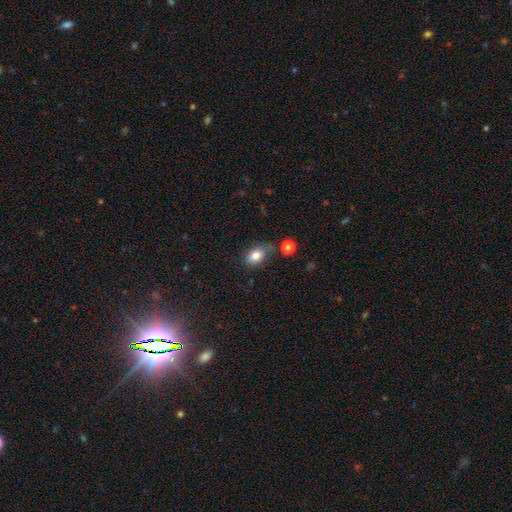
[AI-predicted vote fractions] Q: Smooth or featured?
A: smooth (82%); runner-up: featured or disk (9%)
Q: How rounded?
A: in between (83%); runner-up: round (16%)
Q: Merging?
A: none (66%); runner-up: minor disturbance (21%)